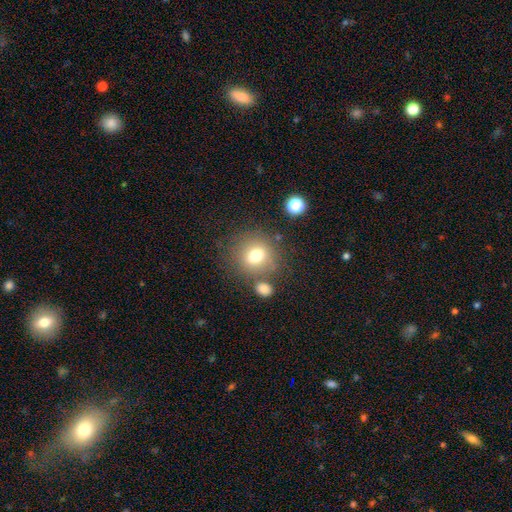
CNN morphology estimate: This appears to be a smooth galaxy with no disk features (73%) that is round (77%). Merging: none (70%).